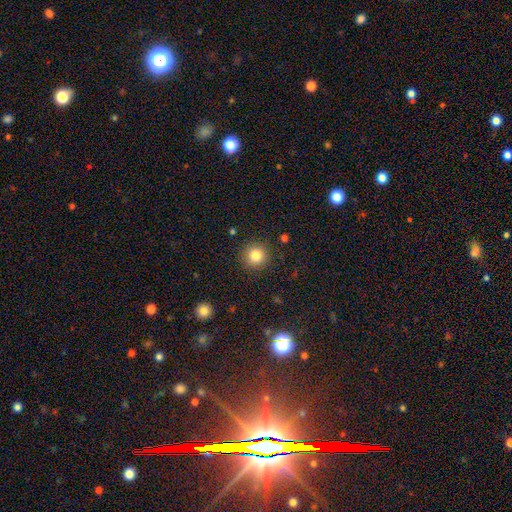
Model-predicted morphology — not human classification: Smooth or featured?
  - smooth: 83% *
  - star or artifact: 11%
  - featured or disk: 6%
How rounded?
  - round: 94% *
  - in between: 5%
  - cigar-shaped: 1%
Merging?
  - none: 90% *
  - minor disturbance: 6%
  - major disturbance: 2%
  - merger: 1%